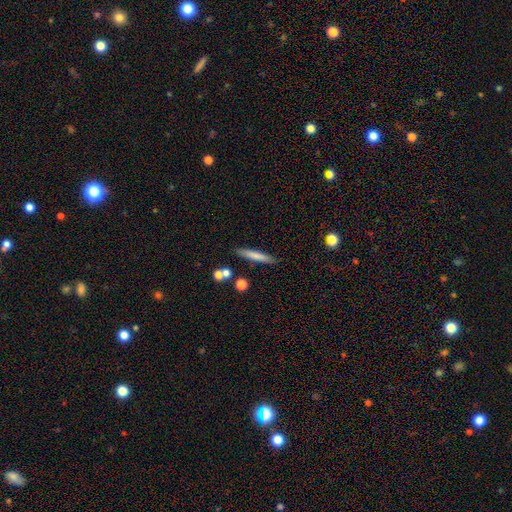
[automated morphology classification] Overall: smooth (71%). How rounded: cigar-shaped (92%). Merging: none (84%).